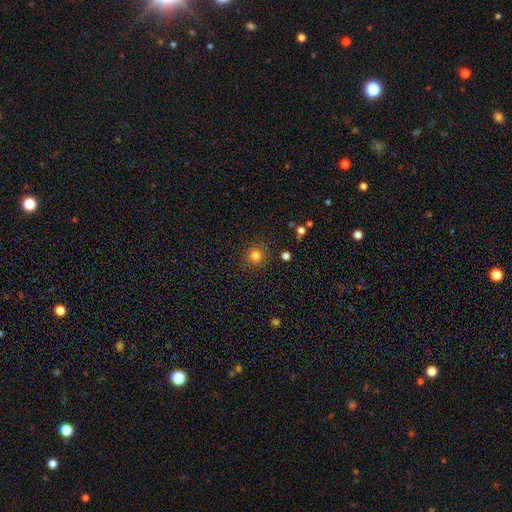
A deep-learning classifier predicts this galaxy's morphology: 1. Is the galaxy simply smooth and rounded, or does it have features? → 80% smooth, 14% star or artifact, 5% featured or disk.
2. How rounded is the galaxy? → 92% round, 7% in between, 1% cigar-shaped.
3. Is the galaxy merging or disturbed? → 87% none, 8% minor disturbance, 3% major disturbance, 2% merger.